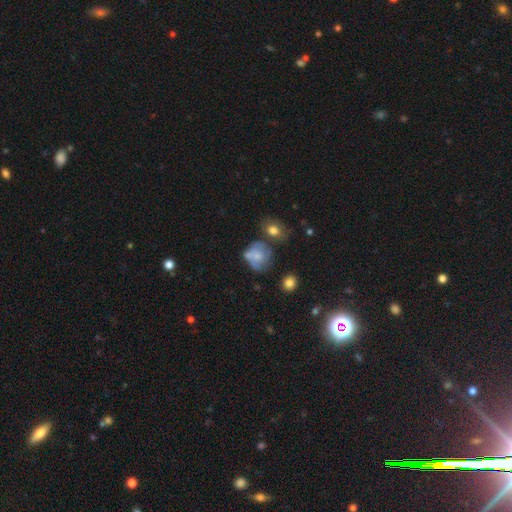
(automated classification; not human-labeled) smooth_or_featured: smooth (p=0.57) [alt: featured or disk p=0.33]
how_rounded: round (p=0.69) [alt: in between p=0.30]
merging: none (p=0.39) [alt: minor disturbance p=0.26]